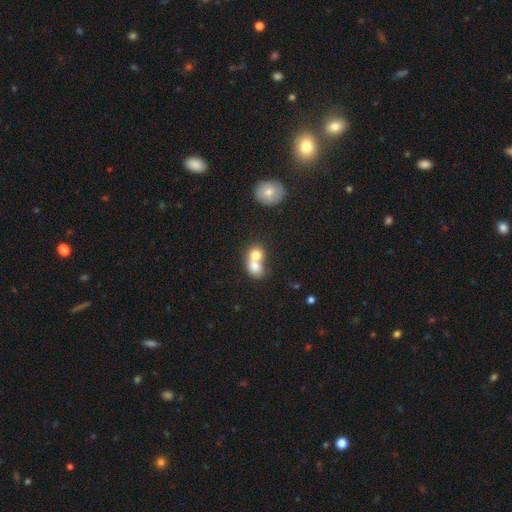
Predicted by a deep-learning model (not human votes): This is likely a smooth galaxy (74%). How rounded: likely round (62%). Merging: likely merger (75%).